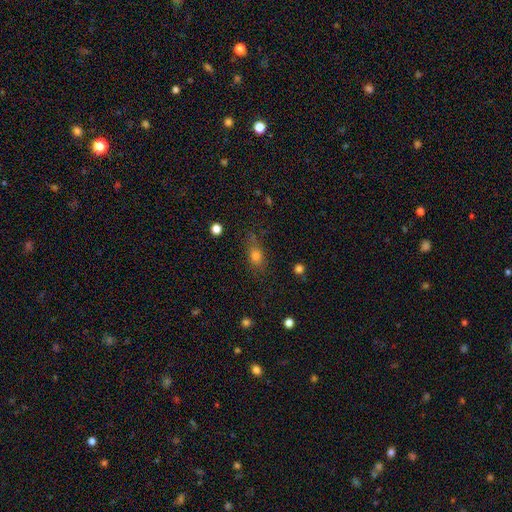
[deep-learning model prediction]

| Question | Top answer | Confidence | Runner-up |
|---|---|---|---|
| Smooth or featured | smooth | 74% | star or artifact (15%) |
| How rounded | in between | 65% | round (26%) |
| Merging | none | 69% | minor disturbance (20%) |